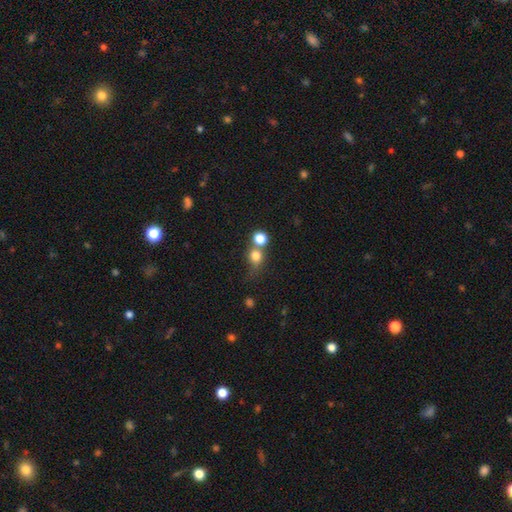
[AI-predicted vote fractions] This is likely a smooth galaxy (76%). How rounded: clearly round (81%). Merging: marginally none (44%).